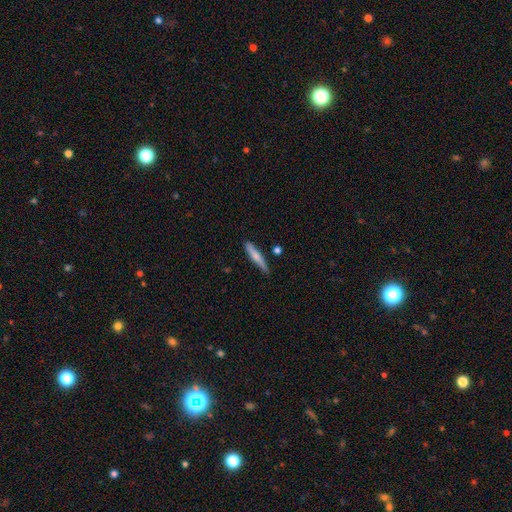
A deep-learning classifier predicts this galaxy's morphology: This is likely a smooth galaxy (68%). How rounded: clearly cigar-shaped (91%). Merging: likely none (78%).